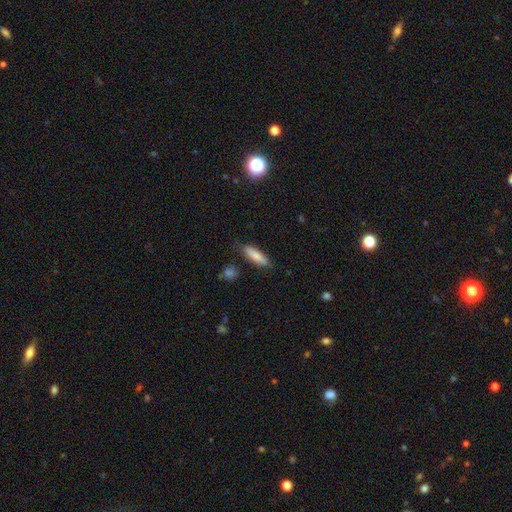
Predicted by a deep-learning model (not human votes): smooth_or_featured: smooth (p=0.78) [alt: featured or disk p=0.16]
how_rounded: cigar-shaped (p=0.60) [alt: in between p=0.38]
merging: none (p=0.82) [alt: minor disturbance p=0.13]